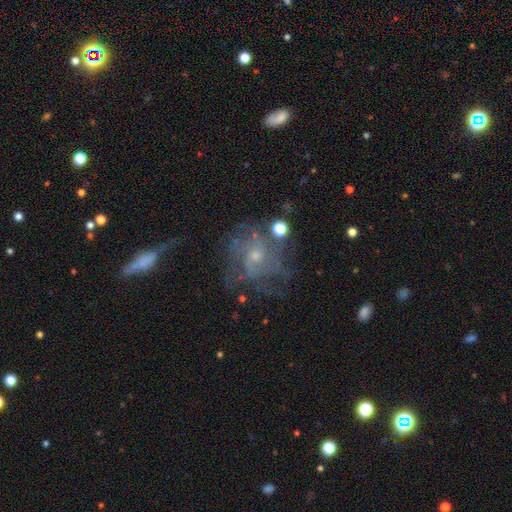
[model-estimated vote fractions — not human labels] A featured or disk galaxy (71%) with no bar (73%), medium (41%) spiral arms (74%) and a small central bulge (64%). Merging: none (50%).